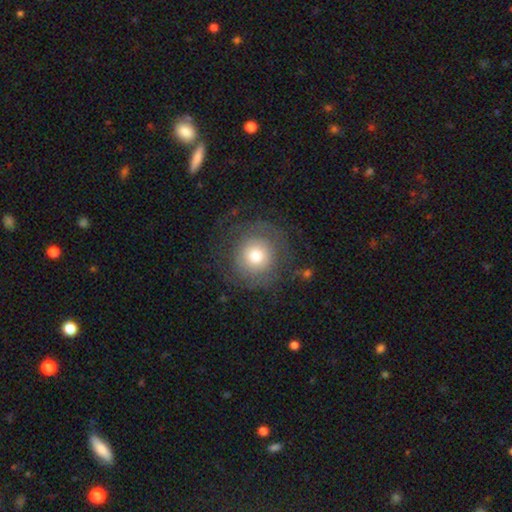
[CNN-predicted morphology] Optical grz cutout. It shows a smooth galaxy with no disk features (50%) that is round (93%). Merging: none (71%).